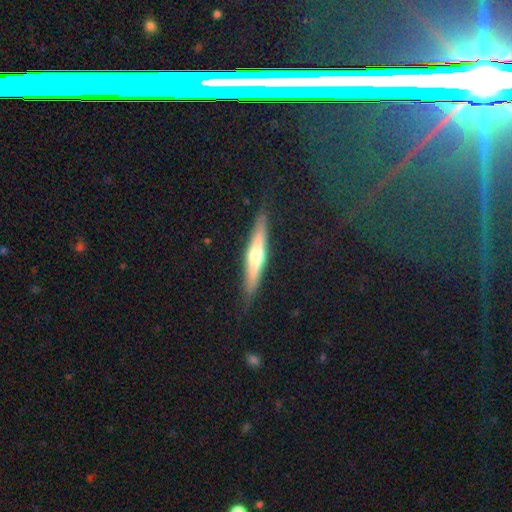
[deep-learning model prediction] Smooth or featured? Predicted: featured or disk (p=0.61). Edge-on disk? Predicted: yes (p=0.95). Edge-on bulge? Predicted: rounded (p=0.90). Merging? Predicted: none (p=0.86).